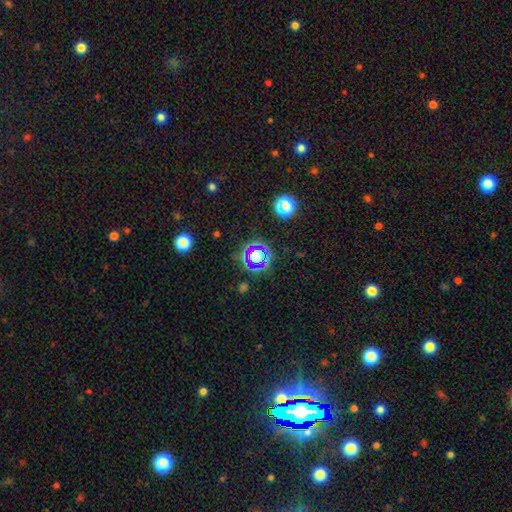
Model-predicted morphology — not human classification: A star or artifact, not a galaxy (62%).

Vote fractions:
- Smooth or featured? star or artifact: 62% / smooth: 26% / featured or disk: 12%